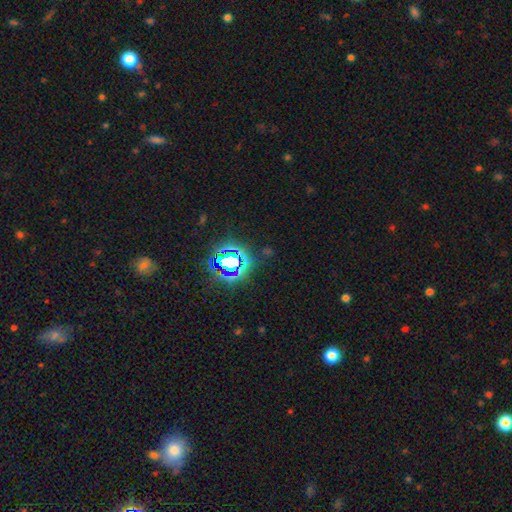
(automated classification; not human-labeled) Smooth or featured?
  - star or artifact: 80% *
  - smooth: 13%
  - featured or disk: 7%